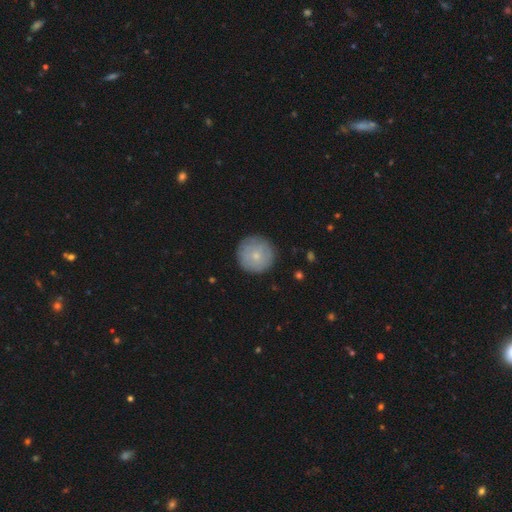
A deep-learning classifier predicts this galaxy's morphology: This is likely a smooth galaxy (73%). How rounded: clearly round (96%). Merging: clearly none (88%).